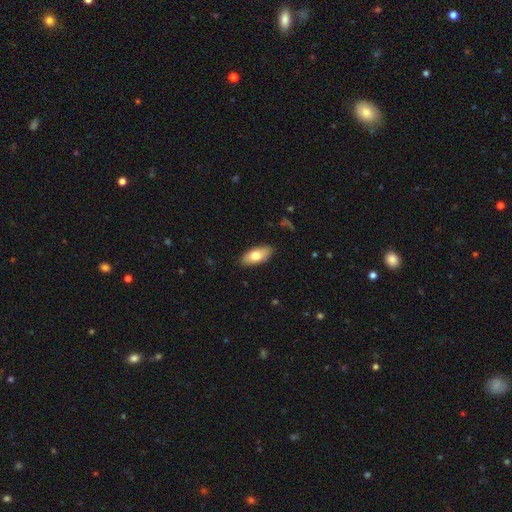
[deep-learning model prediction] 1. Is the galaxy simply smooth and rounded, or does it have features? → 72% smooth, 22% featured or disk, 6% star or artifact.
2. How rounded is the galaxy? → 87% in between, 10% cigar-shaped, 3% round.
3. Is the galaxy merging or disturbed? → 87% none, 10% minor disturbance, 2% major disturbance, 1% merger.